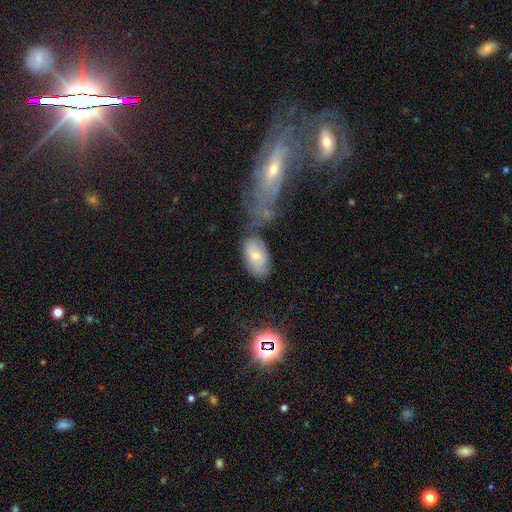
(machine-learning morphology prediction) This appears to be a smooth galaxy with no disk features (63%) that is in between round and cigar-shaped (92%). Merging: none (55%).